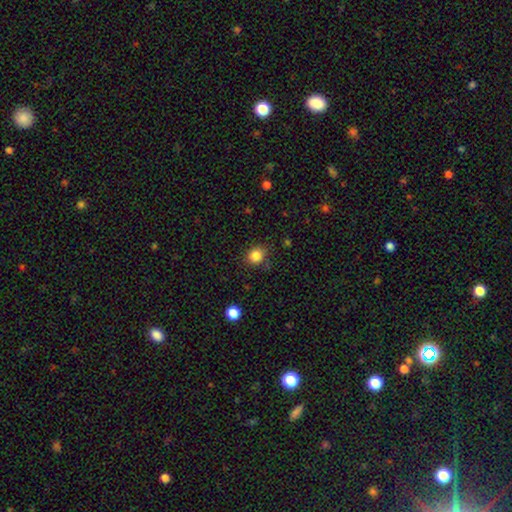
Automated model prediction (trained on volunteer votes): smooth 84%, star or artifact 11%, featured or disk 4%. Down the decision tree: how rounded — round (76%); merging — none (82%).